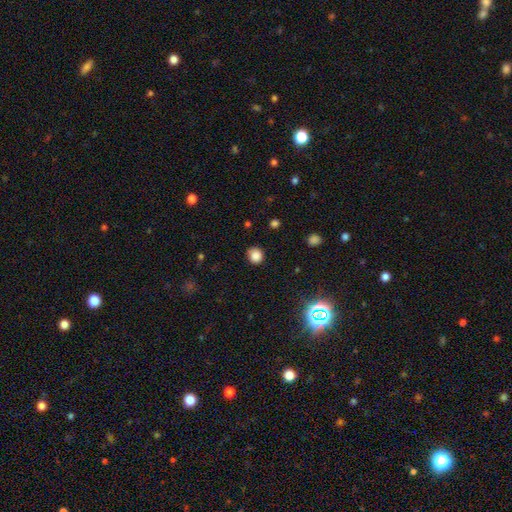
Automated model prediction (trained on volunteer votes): smooth 83%, star or artifact 13%, featured or disk 4%. Down the decision tree: how rounded — round (83%); merging — none (84%).